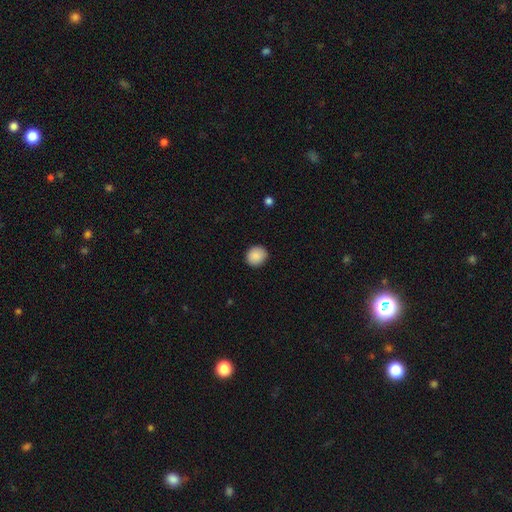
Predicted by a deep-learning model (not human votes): Smooth or featured? Predicted: smooth (p=0.89). How rounded? Predicted: round (p=0.77). Merging? Predicted: none (p=0.89).